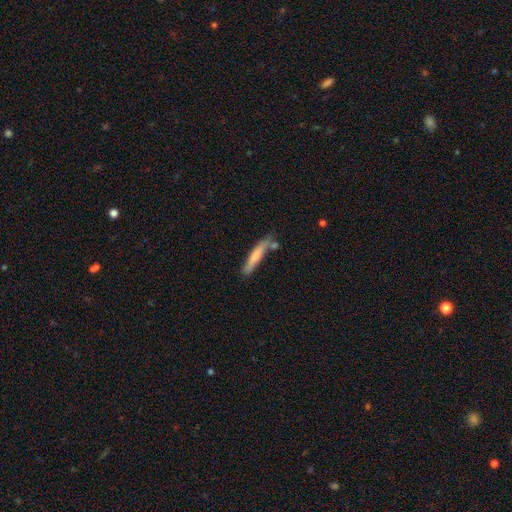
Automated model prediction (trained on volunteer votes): A smooth galaxy with no disk features (68%) that is cigar-shaped (91%).

Vote fractions:
- Smooth or featured? smooth: 68% / featured or disk: 26% / star or artifact: 6%
- How rounded? cigar-shaped: 91% / in between: 7% / round: 1%
- Merging? none: 66% / minor disturbance: 19% / merger: 11% / major disturbance: 5%